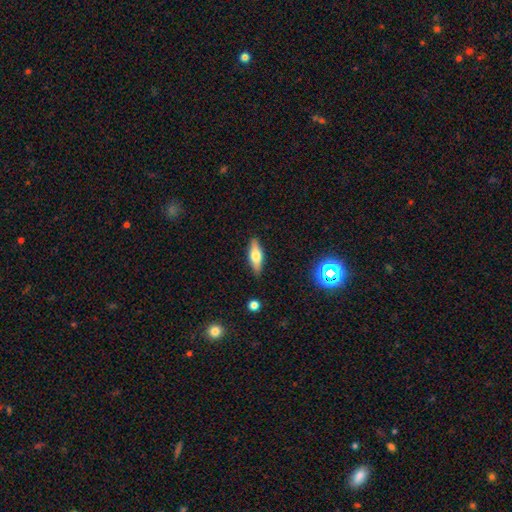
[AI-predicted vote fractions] Smooth or featured?
  - smooth: 55% *
  - featured or disk: 37%
  - star or artifact: 8%
How rounded?
  - in between: 53% *
  - cigar-shaped: 44%
  - round: 3%
Merging?
  - none: 87% *
  - minor disturbance: 9%
  - major disturbance: 2%
  - merger: 1%